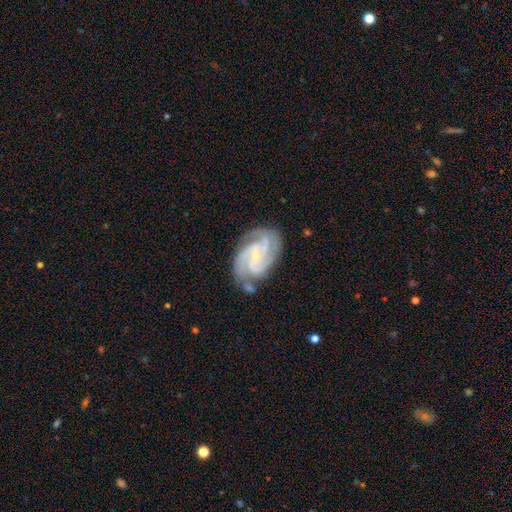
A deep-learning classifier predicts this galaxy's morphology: smooth-or-featured: featured or disk: 90% | star or artifact: 5% | smooth: 5%
  disk-edge-on: no: 98% | yes: 2%
    bar: no: 45% | weak: 39% | strong: 16%
    has-spiral-arms: yes: 98% | no: 2%
      spiral-winding: tight: 56% | medium: 39% | loose: 6%
      spiral-arm-count: 3: 46% | 4: 21% | 2: 17% | can't tell: 8% | more than 4: 4% | 1: 4%
    bulge-size: small: 77% | moderate: 17% | none: 4% | large: 1% | dominant: 1%
  merging: none: 73% | minor disturbance: 19% | major disturbance: 6% | merger: 3%